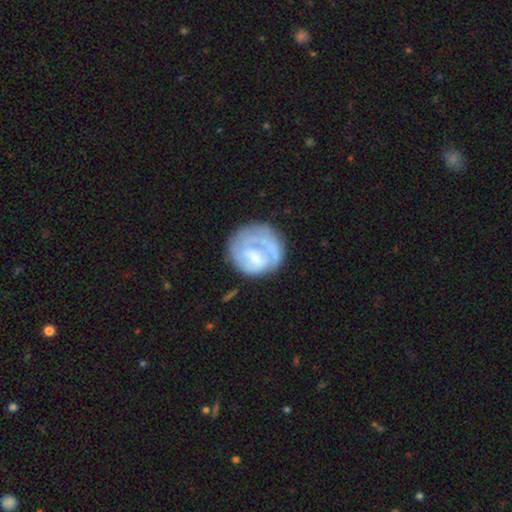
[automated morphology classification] Smooth or featured? Predicted: featured or disk (p=0.55). Edge-on disk? Predicted: no (p=0.98). Bar? Predicted: no (p=0.48). Spiral arms? Predicted: yes (p=0.52). Bulge size? Predicted: none (p=0.38). Merging? Predicted: none (p=0.59).